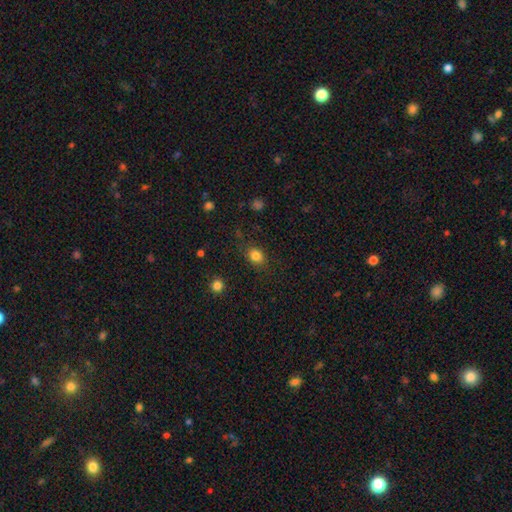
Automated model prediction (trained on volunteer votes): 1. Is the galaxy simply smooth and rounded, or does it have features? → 83% smooth, 11% star or artifact, 6% featured or disk.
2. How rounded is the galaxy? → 50% round, 49% in between, 1% cigar-shaped.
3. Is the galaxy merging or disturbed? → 81% none, 13% minor disturbance, 4% major disturbance, 2% merger.